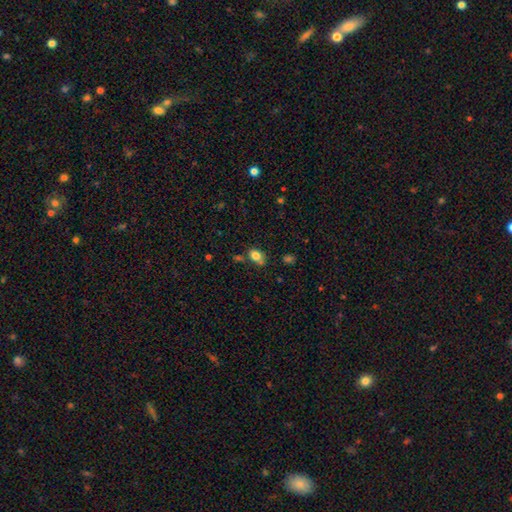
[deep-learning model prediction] Smooth or featured? Predicted: smooth (p=0.81). How rounded? Predicted: in between (p=0.77). Merging? Predicted: none (p=0.56).